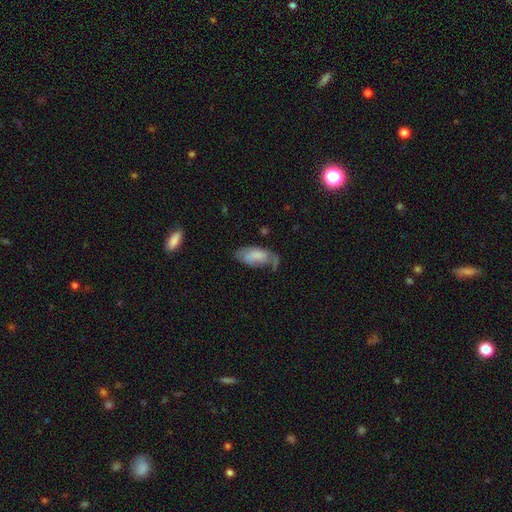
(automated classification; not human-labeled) Smooth or featured? smooth (70%)
How rounded? in between (93%)
Merging? none (35%, tied with minor disturbance)